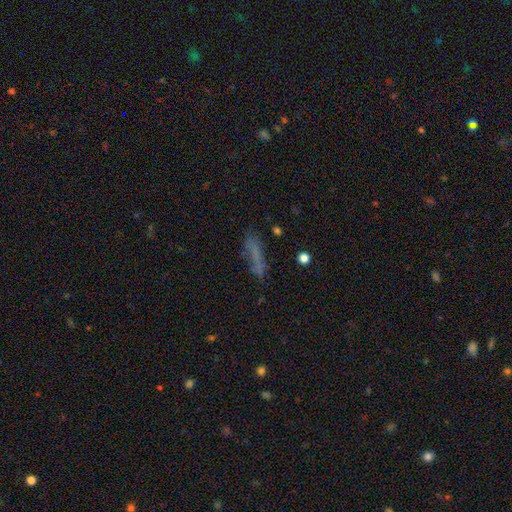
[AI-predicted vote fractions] This is possibly a smooth galaxy (60%). How rounded: likely cigar-shaped (76%). Merging: likely none (66%).